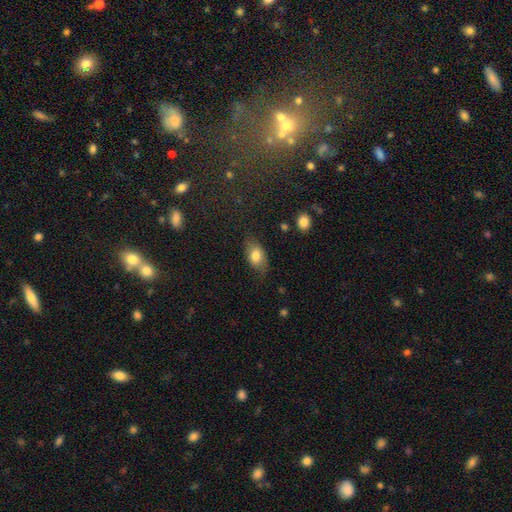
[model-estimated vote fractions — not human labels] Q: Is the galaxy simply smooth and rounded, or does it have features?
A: smooth — 76%.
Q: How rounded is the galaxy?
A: in between — 89%.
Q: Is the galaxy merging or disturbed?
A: none — 74%.